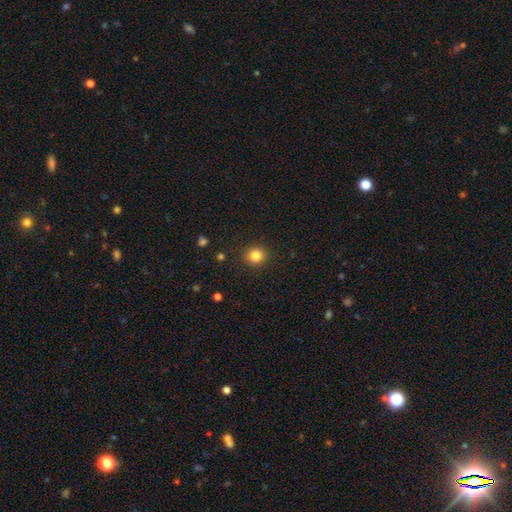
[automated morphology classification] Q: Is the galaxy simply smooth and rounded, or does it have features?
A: smooth — 84%.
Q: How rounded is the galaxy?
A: round — 88%.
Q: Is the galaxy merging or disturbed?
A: none — 91%.